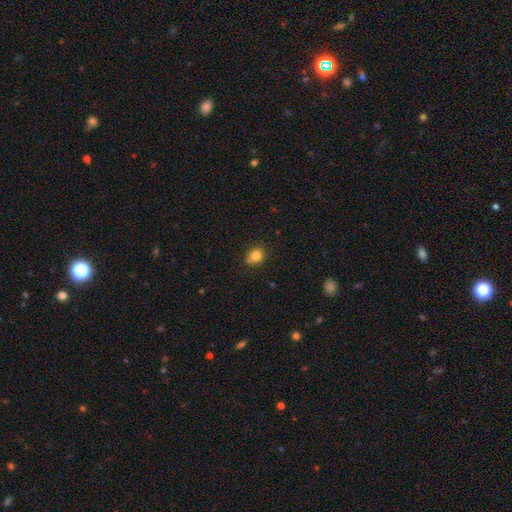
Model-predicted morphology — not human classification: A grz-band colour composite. It shows a smooth galaxy with no disk features (80%) that is round (70%). Merging: none (71%).